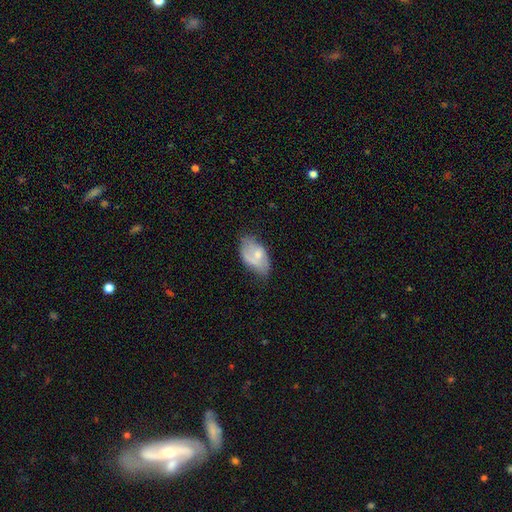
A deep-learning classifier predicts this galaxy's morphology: smooth-or-featured: smooth: 53% | featured or disk: 40% | star or artifact: 7%
  how-rounded: in between: 92% | round: 6% | cigar-shaped: 2%
  merging: none: 45% | minor disturbance: 36% | major disturbance: 14% | merger: 5%